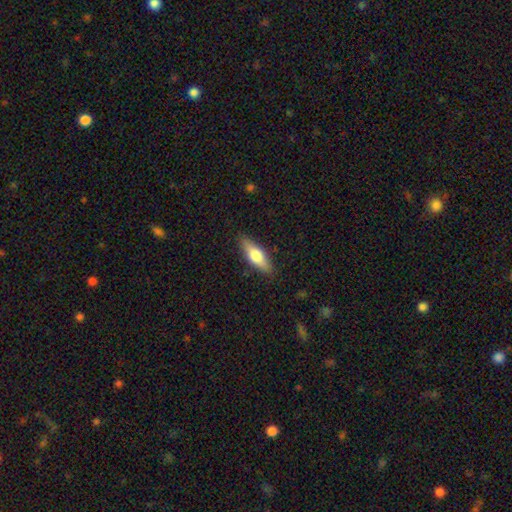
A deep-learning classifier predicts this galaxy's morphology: Smooth or featured: smooth — 59% (featured or disk — 35%)
How rounded: in between — 50% (cigar-shaped — 47%)
Merging: none — 88% (minor disturbance — 9%)